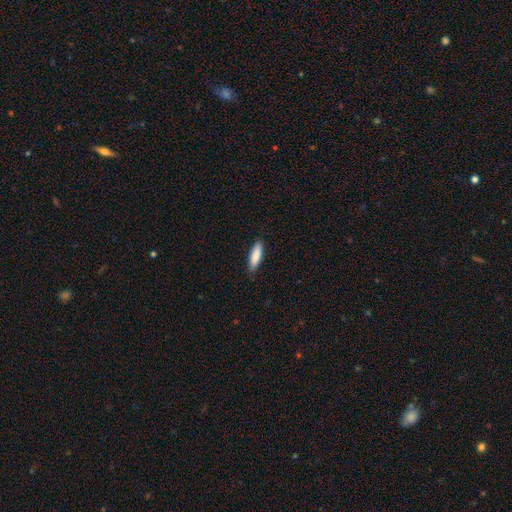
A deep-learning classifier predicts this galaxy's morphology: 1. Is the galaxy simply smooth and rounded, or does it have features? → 86% smooth, 8% featured or disk, 5% star or artifact.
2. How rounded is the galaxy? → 61% cigar-shaped, 37% in between, 1% round.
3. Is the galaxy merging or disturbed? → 88% none, 9% minor disturbance, 2% major disturbance, 1% merger.